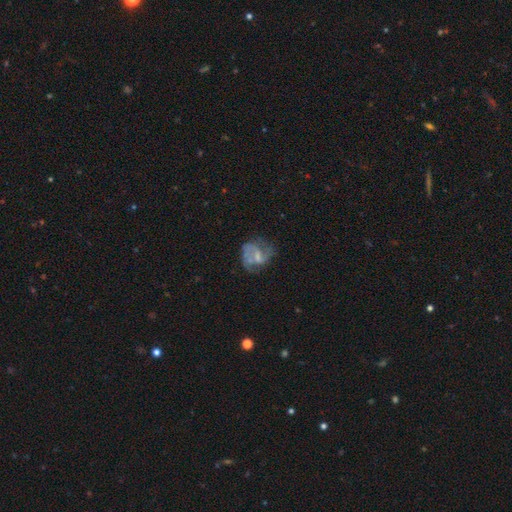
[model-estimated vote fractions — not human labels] This appears to be a featured or disk galaxy (69%) with a weak bar (47%), 2 (58%) medium (47%) spiral arms (79%) and a small central bulge (41%). Merging: none (45%).